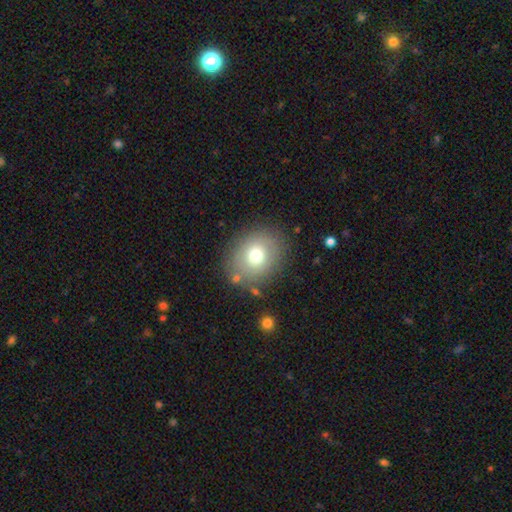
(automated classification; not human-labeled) A smooth galaxy with no disk features (68%) that is round (61%).

Vote fractions:
- Smooth or featured? smooth: 68% / featured or disk: 20% / star or artifact: 12%
- How rounded? round: 61% / in between: 38% / cigar-shaped: 1%
- Merging? none: 80% / minor disturbance: 12% / major disturbance: 5% / merger: 3%